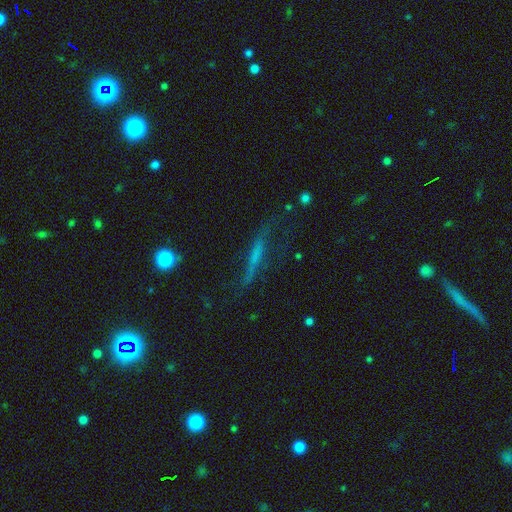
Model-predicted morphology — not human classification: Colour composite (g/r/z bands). It shows a featured or disk galaxy (50%). Merging: none (58%).